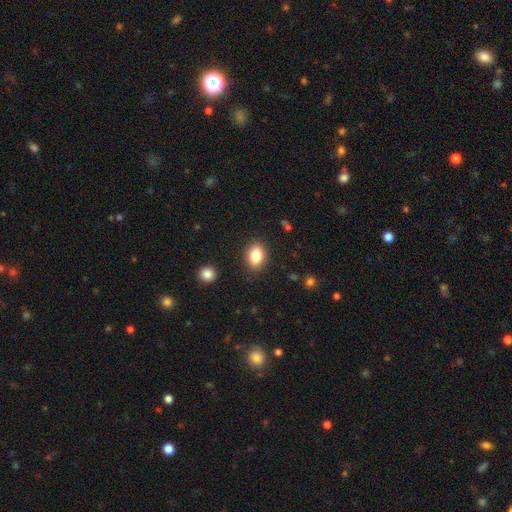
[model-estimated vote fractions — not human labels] Smooth or featured? smooth (84%)
How rounded? in between (82%)
Merging? none (86%)